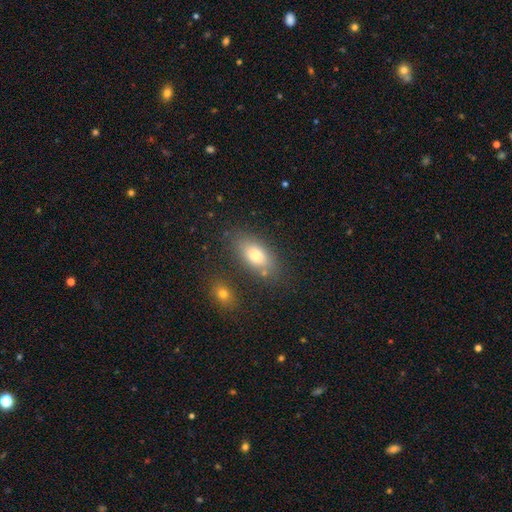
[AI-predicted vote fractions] This is likely a smooth galaxy (76%). How rounded: clearly in between (87%). Merging: likely none (73%).